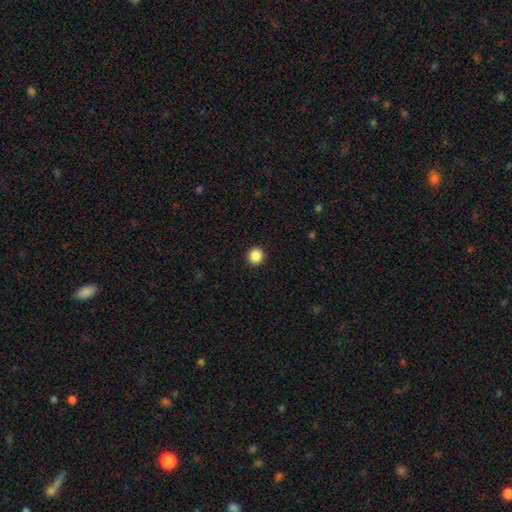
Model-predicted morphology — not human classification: smooth_or_featured: smooth (p=0.87) [alt: star or artifact p=0.10]
how_rounded: round (p=0.92) [alt: in between p=0.07]
merging: none (p=0.93) [alt: minor disturbance p=0.04]